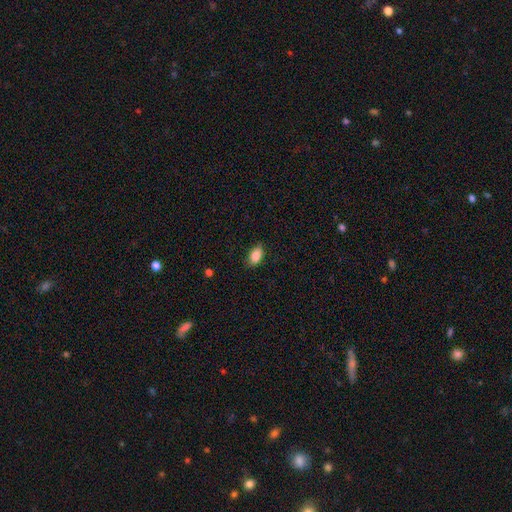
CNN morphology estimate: A smooth galaxy with no disk features (86%) that is in between round and cigar-shaped (88%).

Vote fractions:
- Smooth or featured? smooth: 86% / star or artifact: 8% / featured or disk: 6%
- How rounded? in between: 88% / round: 9% / cigar-shaped: 2%
- Merging? none: 81% / minor disturbance: 15% / major disturbance: 3% / merger: 1%